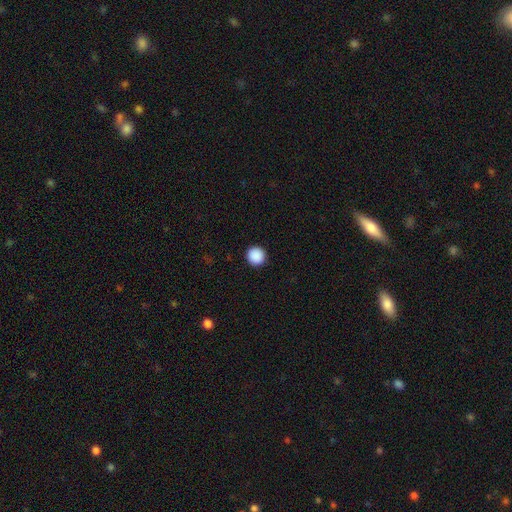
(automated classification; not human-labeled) smooth_or_featured: smooth (p=0.90) [alt: star or artifact p=0.09]
how_rounded: round (p=0.96) [alt: in between p=0.03]
merging: none (p=0.93) [alt: minor disturbance p=0.04]